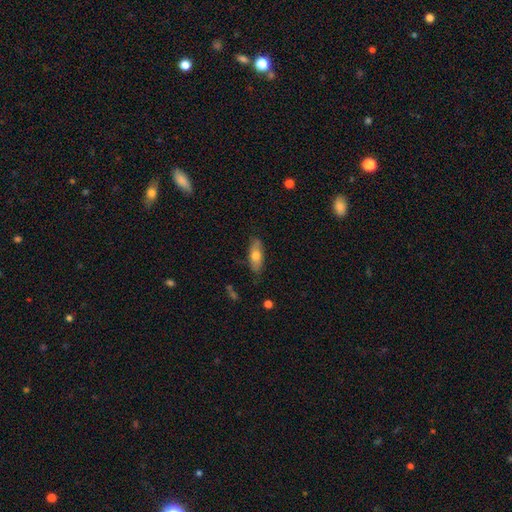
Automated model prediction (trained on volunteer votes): This appears to be a smooth galaxy with no disk features (67%) that is in between round and cigar-shaped (71%). Merging: none (79%).